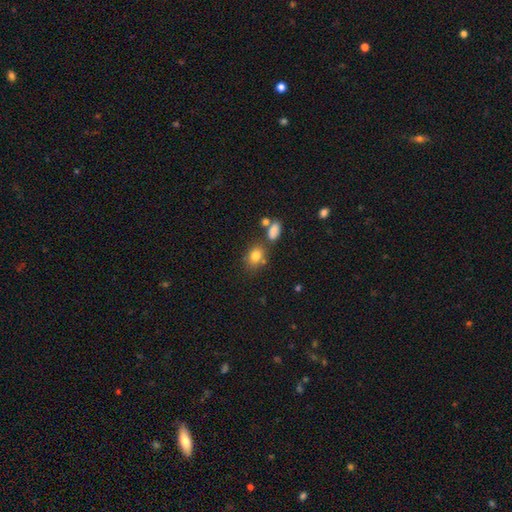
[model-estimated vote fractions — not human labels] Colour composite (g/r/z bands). It shows a smooth galaxy with no disk features (80%) that is in between round and cigar-shaped (68%). Merging: none (64%).